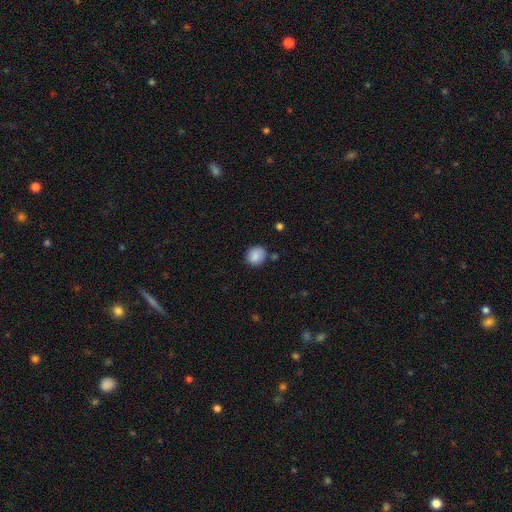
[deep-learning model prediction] Smooth or featured? smooth (86%)
How rounded? round (83%)
Merging? none (80%)